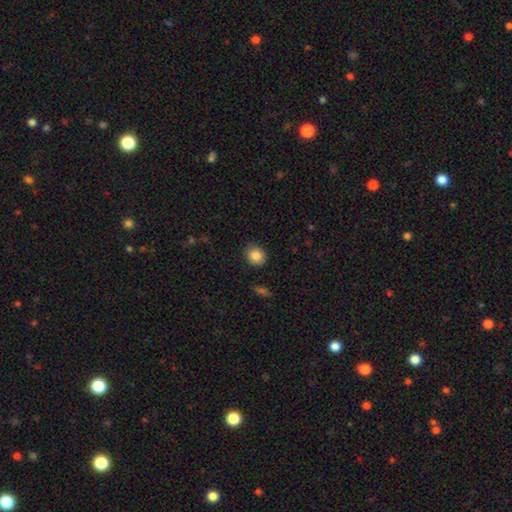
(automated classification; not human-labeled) Overall: smooth (86%). How rounded: round (69%; in between 30%). Merging: none (87%).